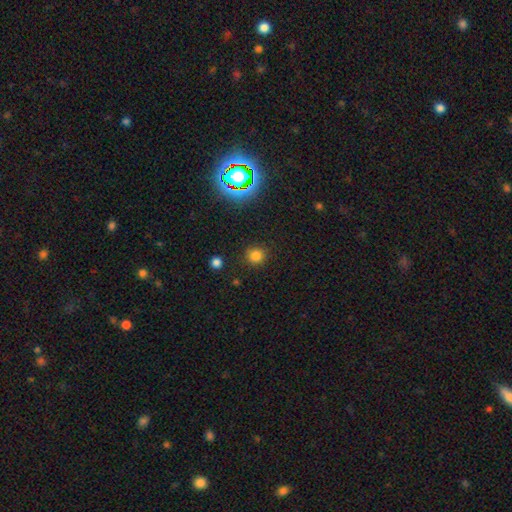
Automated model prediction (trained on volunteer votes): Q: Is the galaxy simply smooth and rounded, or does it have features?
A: smooth — 77%.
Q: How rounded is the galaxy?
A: round — 91%.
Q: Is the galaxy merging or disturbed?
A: none — 88%.